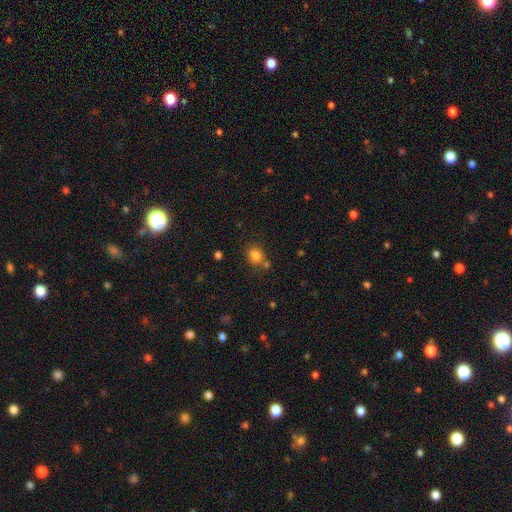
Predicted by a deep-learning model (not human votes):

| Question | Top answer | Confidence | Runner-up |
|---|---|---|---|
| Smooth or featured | smooth | 82% | star or artifact (12%) |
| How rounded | round | 60% | in between (39%) |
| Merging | none | 67% | merger (15%) |